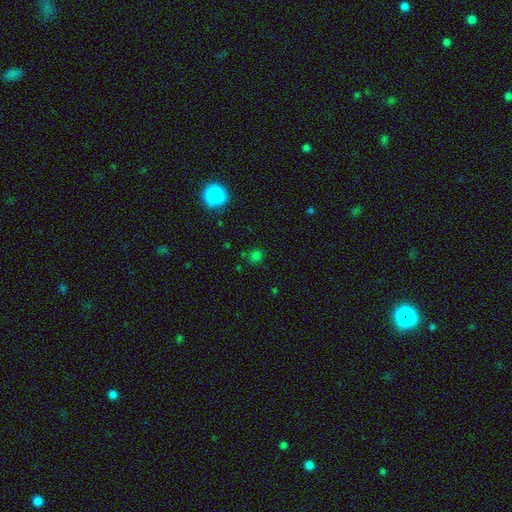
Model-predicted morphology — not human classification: A smooth galaxy with no disk features (67%) that is round (85%).

Vote fractions:
- Smooth or featured? smooth: 67% / star or artifact: 28% / featured or disk: 5%
- How rounded? round: 85% / in between: 13% / cigar-shaped: 1%
- Merging? none: 83% / minor disturbance: 10% / major disturbance: 4% / merger: 3%